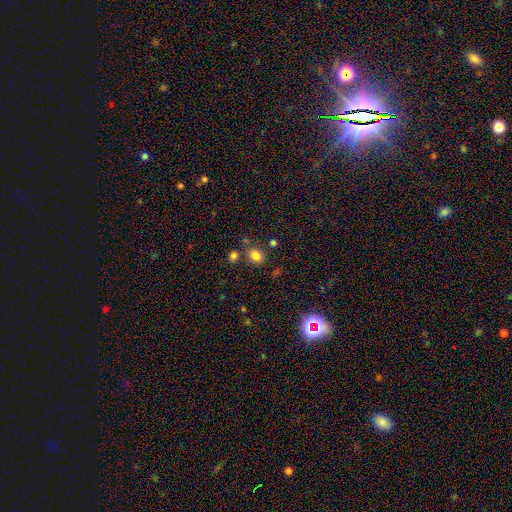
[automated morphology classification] A smooth galaxy with no disk features (81%) that is round (57%).

Vote fractions:
- Smooth or featured? smooth: 81% / star or artifact: 13% / featured or disk: 6%
- How rounded? round: 57% / in between: 42% / cigar-shaped: 1%
- Merging? none: 75% / minor disturbance: 11% / merger: 11% / major disturbance: 4%